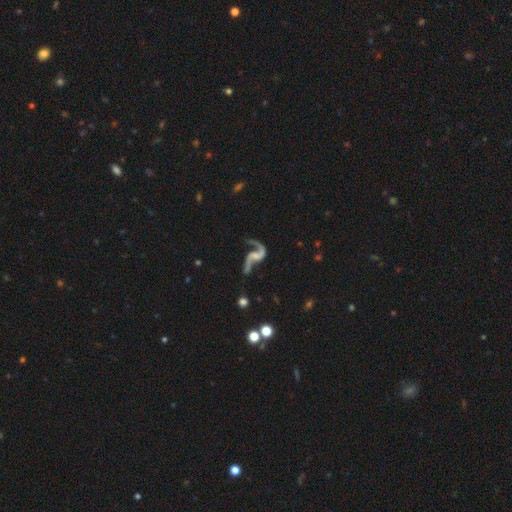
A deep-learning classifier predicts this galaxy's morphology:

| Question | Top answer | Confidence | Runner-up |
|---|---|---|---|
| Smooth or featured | featured or disk | 89% | star or artifact (6%) |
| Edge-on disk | no | 97% | yes (3%) |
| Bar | no | 45% | weak (38%) |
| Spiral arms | yes | 95% | no (5%) |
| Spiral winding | loose | 81% | medium (16%) |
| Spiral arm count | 2 | 88% | 1 (8%) |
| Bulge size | none | 42% | small (35%) |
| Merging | none | 51% | major disturbance (24%) |